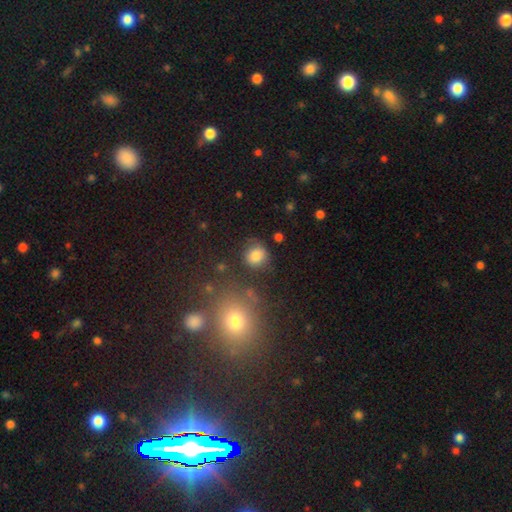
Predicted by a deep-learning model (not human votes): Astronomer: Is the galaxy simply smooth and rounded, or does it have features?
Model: smooth — 81%.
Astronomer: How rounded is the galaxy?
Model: round — 81%.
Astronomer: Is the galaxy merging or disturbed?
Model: none — 72%.